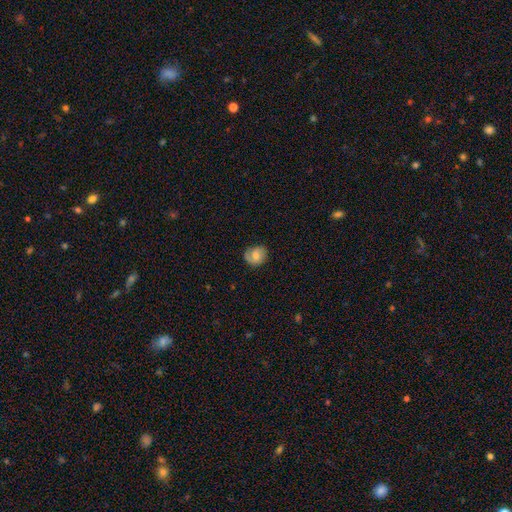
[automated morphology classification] The model was most divided on "smooth or featured": smooth: 58%, featured or disk: 33%, star or artifact: 8%. More confident: merging — none (70%); how rounded — round (70%).